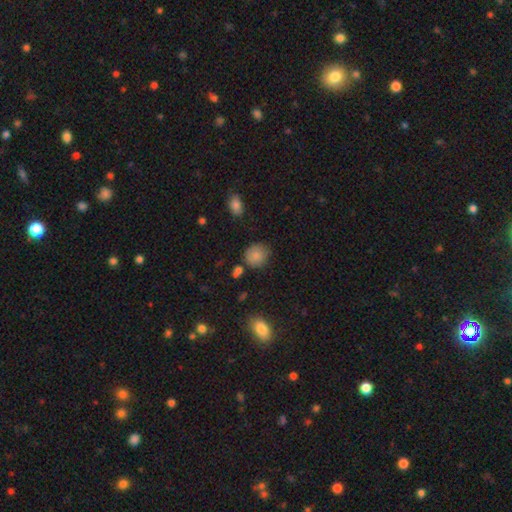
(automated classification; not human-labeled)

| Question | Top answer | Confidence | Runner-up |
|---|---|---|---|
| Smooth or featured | smooth | 84% | star or artifact (10%) |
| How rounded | round | 83% | in between (16%) |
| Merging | none | 76% | minor disturbance (16%) |